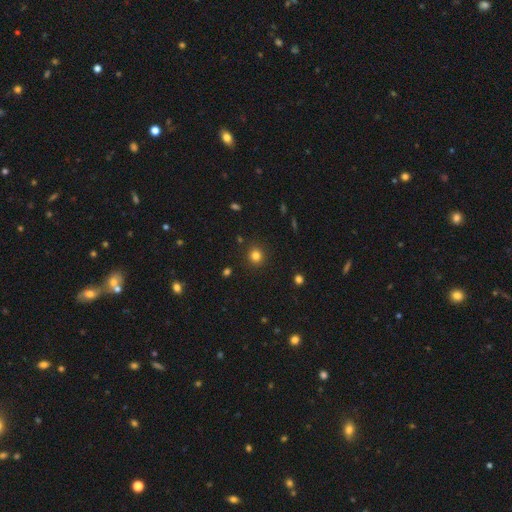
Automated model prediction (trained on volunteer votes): smooth 81%, star or artifact 14%, featured or disk 5%. Down the decision tree: how rounded — round (89%); merging — none (90%).